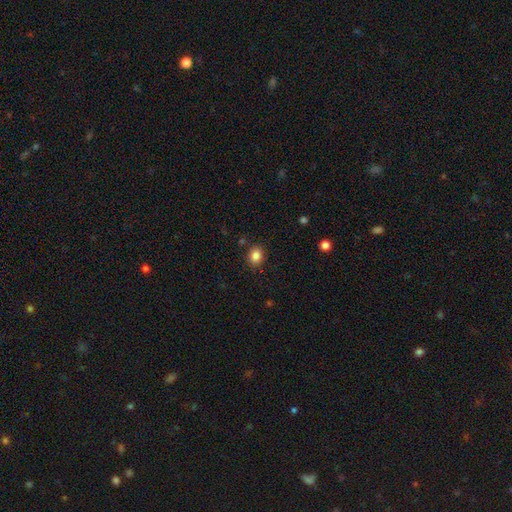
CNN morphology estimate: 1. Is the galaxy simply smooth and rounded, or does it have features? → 84% smooth, 11% star or artifact, 5% featured or disk.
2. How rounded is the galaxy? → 62% round, 37% in between, 1% cigar-shaped.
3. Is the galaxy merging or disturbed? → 87% none, 9% minor disturbance, 2% major disturbance, 2% merger.